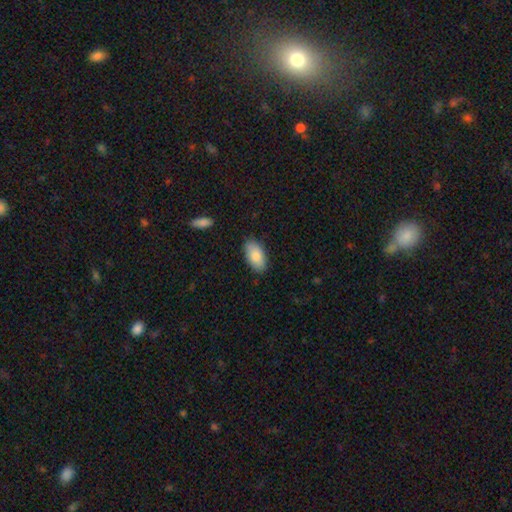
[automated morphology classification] Smooth or featured? smooth (86%)
How rounded? in between (95%)
Merging? none (85%)